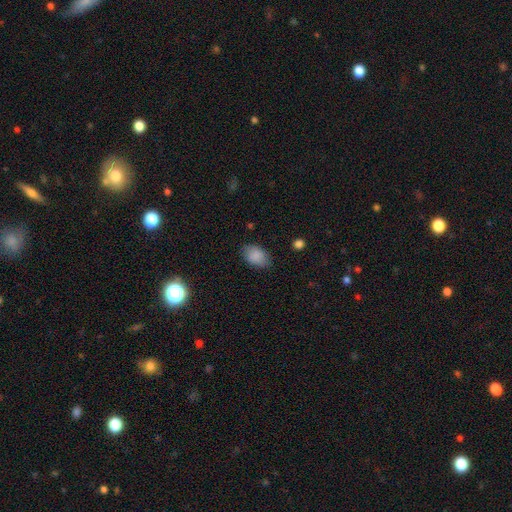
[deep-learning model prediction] Q: Smooth or featured?
A: smooth (87%); runner-up: star or artifact (8%)
Q: How rounded?
A: in between (87%); runner-up: round (11%)
Q: Merging?
A: none (80%); runner-up: minor disturbance (15%)